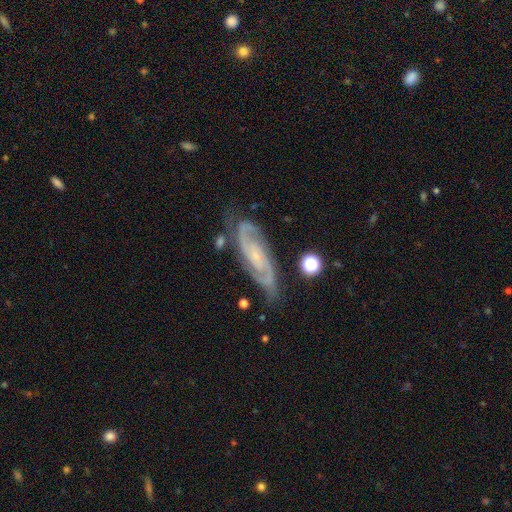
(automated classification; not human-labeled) The model was most divided on "spiral winding" (2-way tie): tight: 46%, medium: 46%, loose: 8%. More confident: spiral arms — yes (98%); edge-on disk — no (93%); smooth or featured — featured or disk (89%); spiral arm count — 2 (88%); merging — none (77%); bulge size — small (69%); bar — no (51%).